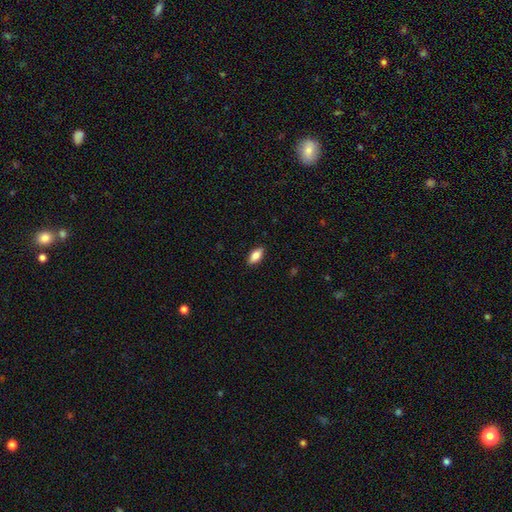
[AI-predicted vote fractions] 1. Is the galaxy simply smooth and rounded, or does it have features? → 81% smooth, 13% featured or disk, 7% star or artifact.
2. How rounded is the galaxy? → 85% in between, 13% cigar-shaped, 3% round.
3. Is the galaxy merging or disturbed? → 89% none, 8% minor disturbance, 2% major disturbance, 1% merger.